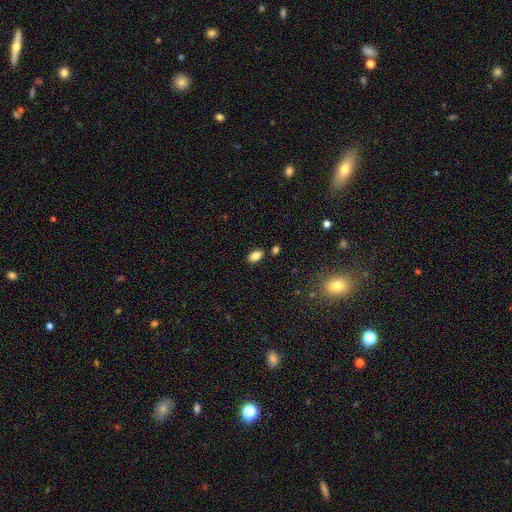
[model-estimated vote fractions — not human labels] Smooth or featured?
  - smooth: 83% *
  - star or artifact: 10%
  - featured or disk: 8%
How rounded?
  - in between: 89% *
  - round: 9%
  - cigar-shaped: 2%
Merging?
  - none: 83% *
  - minor disturbance: 10%
  - merger: 4%
  - major disturbance: 2%